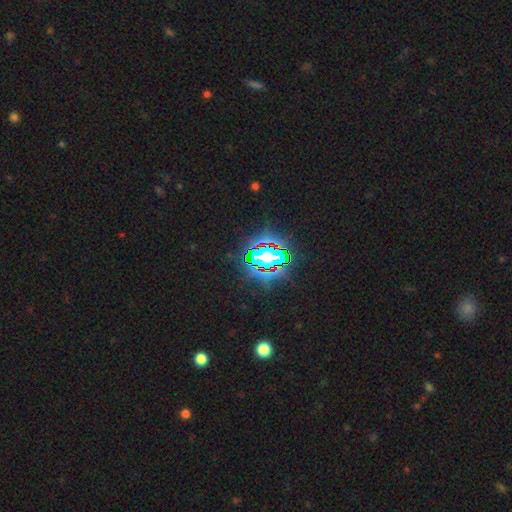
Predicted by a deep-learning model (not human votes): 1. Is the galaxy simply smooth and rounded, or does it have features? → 84% star or artifact, 9% smooth, 7% featured or disk.